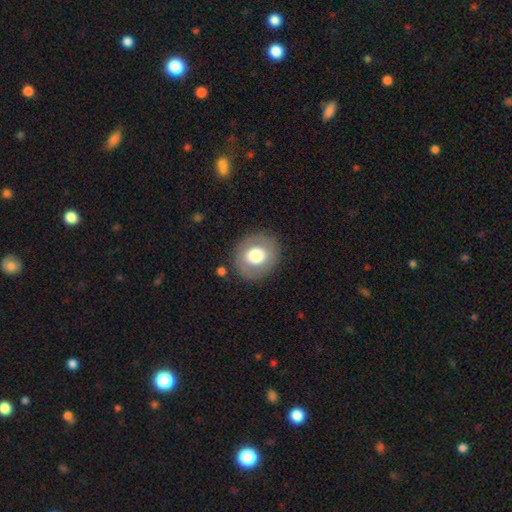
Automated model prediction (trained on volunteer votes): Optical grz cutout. It shows a smooth galaxy with no disk features (66%) that is round (78%). Merging: none (86%).